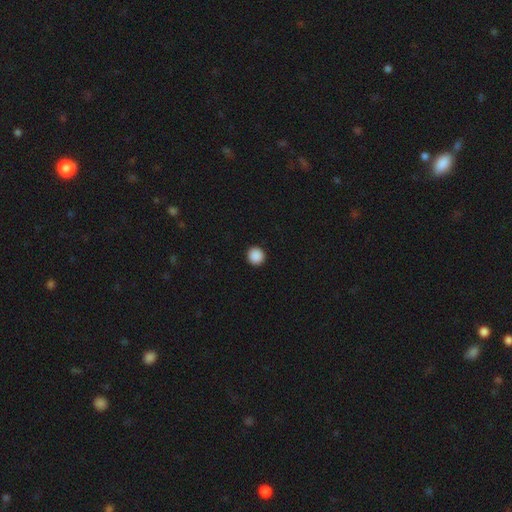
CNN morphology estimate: smooth_or_featured: smooth (p=0.89) [alt: star or artifact p=0.09]
how_rounded: round (p=0.95) [alt: in between p=0.04]
merging: none (p=0.94) [alt: minor disturbance p=0.04]